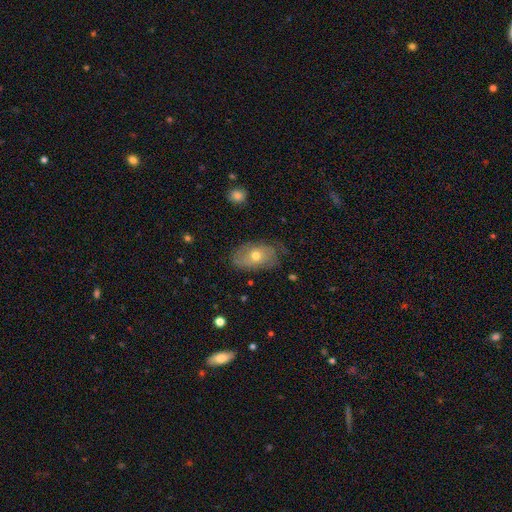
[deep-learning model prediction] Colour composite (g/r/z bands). It shows a featured or disk galaxy (54%). Merging: none (68%).